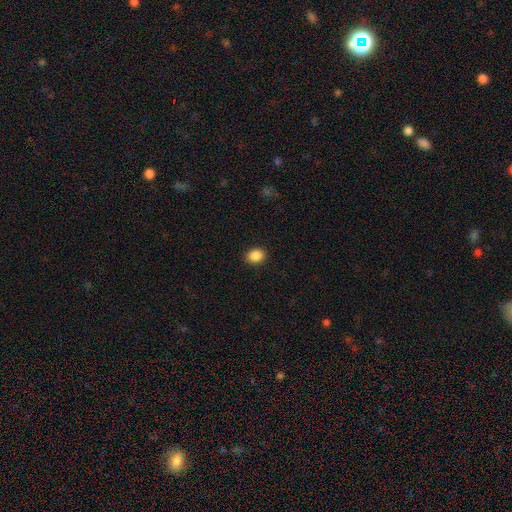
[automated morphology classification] Smooth or featured?
  - smooth: 88% *
  - star or artifact: 9%
  - featured or disk: 3%
How rounded?
  - round: 54% *
  - in between: 45%
  - cigar-shaped: 1%
Merging?
  - none: 90% *
  - minor disturbance: 7%
  - major disturbance: 2%
  - merger: 1%